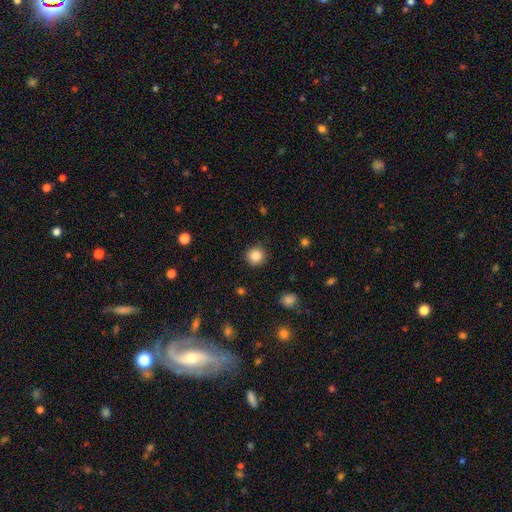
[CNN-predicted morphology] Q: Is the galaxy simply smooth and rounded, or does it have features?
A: smooth — 85%.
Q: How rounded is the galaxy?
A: round — 94%.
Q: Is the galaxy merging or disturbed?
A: none — 91%.